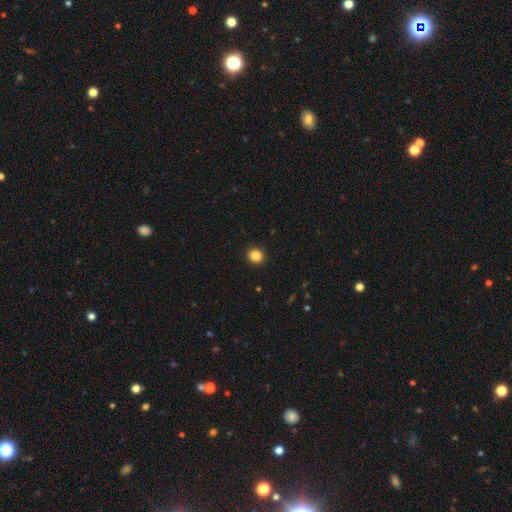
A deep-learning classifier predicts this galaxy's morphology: smooth-or-featured: smooth: 85% | star or artifact: 11% | featured or disk: 4%
  how-rounded: round: 92% | in between: 7% | cigar-shaped: 1%
  merging: none: 93% | minor disturbance: 4% | major disturbance: 2% | merger: 1%